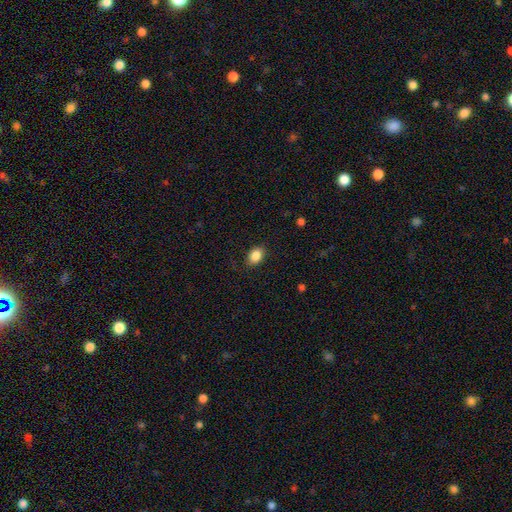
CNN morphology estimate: Smooth or featured? Predicted: smooth (p=0.87). How rounded? Predicted: in between (p=0.75). Merging? Predicted: none (p=0.85).